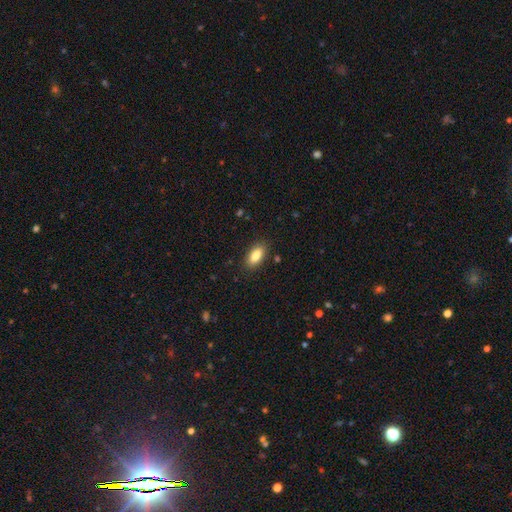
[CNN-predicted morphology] Overall: smooth (85%). How rounded: in between (88%). Merging: none (87%).